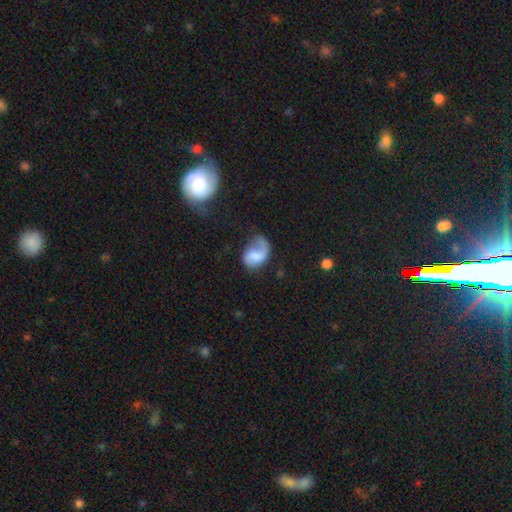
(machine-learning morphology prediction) Smooth or featured? featured or disk (49%)
Merging? none (38%)